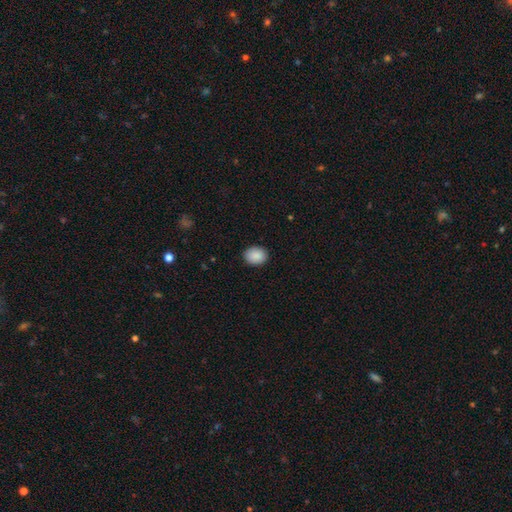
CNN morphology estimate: Smooth or featured? smooth (90%)
How rounded? in between (52%)
Merging? none (90%)